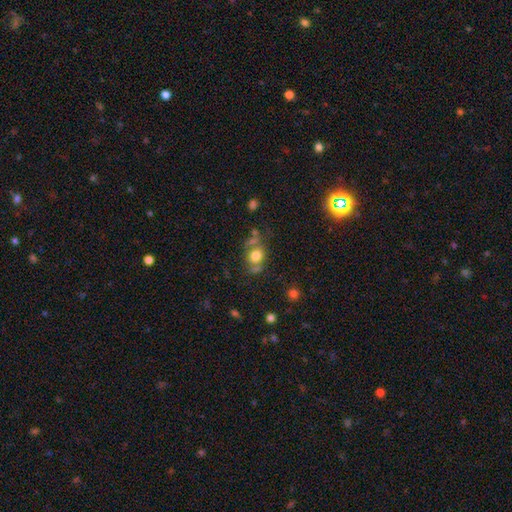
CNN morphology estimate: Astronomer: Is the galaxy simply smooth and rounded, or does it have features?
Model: smooth — 73%.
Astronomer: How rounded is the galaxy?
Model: round — 66%.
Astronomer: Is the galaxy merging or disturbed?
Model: none — 58%.